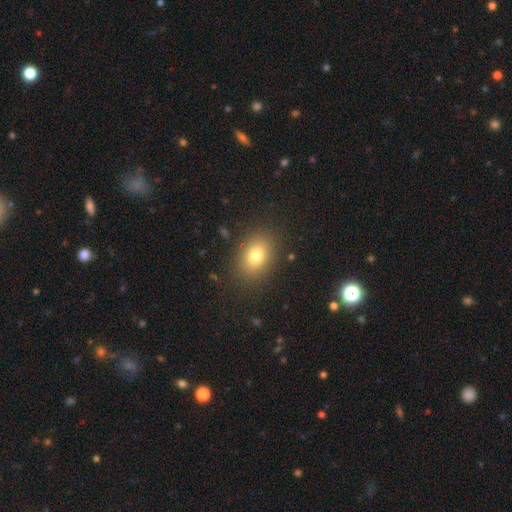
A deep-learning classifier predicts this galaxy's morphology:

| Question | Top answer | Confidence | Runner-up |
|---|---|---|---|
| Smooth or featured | smooth | 78% | star or artifact (12%) |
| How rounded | in between | 71% | round (28%) |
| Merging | none | 85% | minor disturbance (9%) |